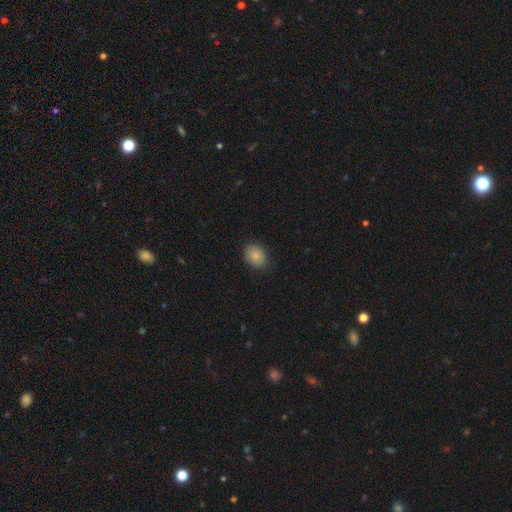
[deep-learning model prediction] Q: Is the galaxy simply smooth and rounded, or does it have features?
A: smooth — 84%.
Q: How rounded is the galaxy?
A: in between — 55%.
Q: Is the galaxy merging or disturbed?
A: none — 85%.